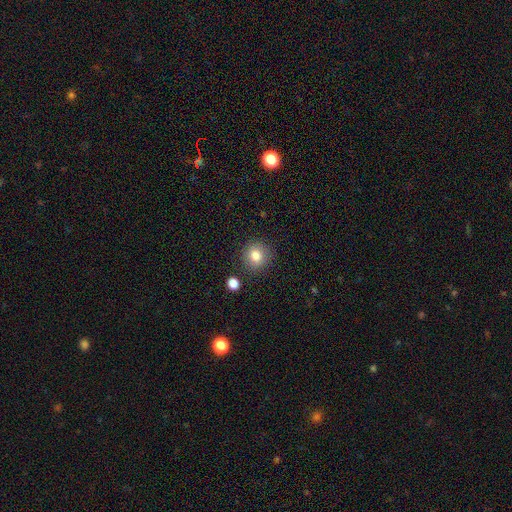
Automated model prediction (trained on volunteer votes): This is clearly a smooth galaxy (82%). How rounded: clearly round (89%). Merging: clearly none (86%).